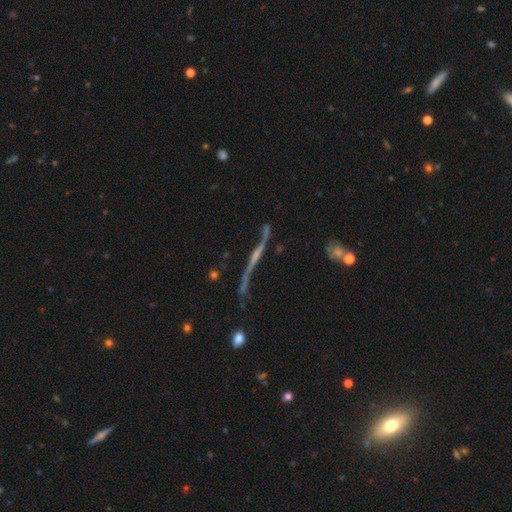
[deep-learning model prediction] Q: Smooth or featured?
A: featured or disk (80%); runner-up: star or artifact (10%)
Q: Edge-on disk?
A: yes (78%); runner-up: no (22%)
Q: Edge-on bulge?
A: rounded (46%); runner-up: none (41%)
Q: Merging?
A: none (57%); runner-up: minor disturbance (22%)